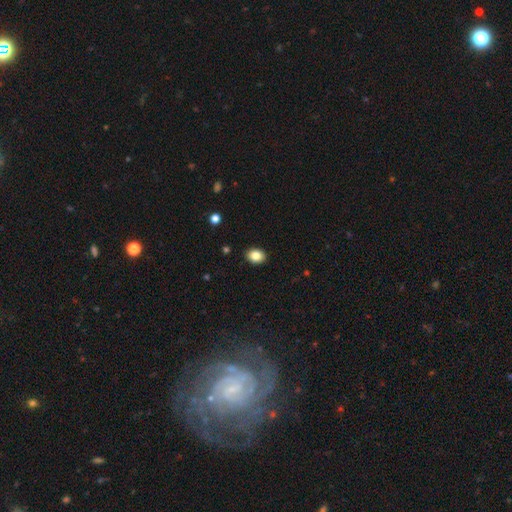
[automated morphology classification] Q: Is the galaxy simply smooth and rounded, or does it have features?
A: smooth — 85%.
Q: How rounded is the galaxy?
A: in between — 68%.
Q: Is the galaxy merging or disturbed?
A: none — 90%.